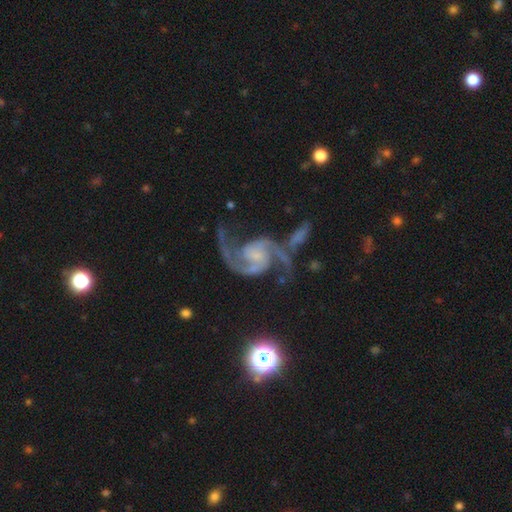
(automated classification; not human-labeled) Smooth or featured?
  - featured or disk: 93% *
  - star or artifact: 4%
  - smooth: 3%
Edge-on disk?
  - no: 98% *
  - yes: 2%
Bar?
  - no: 55% *
  - weak: 34%
  - strong: 11%
Spiral arms?
  - yes: 98% *
  - no: 2%
Spiral winding?
  - medium: 50% *
  - loose: 39%
  - tight: 11%
Spiral arm count?
  - 2: 94% *
  - 3: 1%
  - can't tell: 1%
  - 1: 1%
  - 4: 1%
  - more than 4: 1%
Bulge size?
  - small: 54% *
  - none: 21%
  - moderate: 20%
  - large: 4%
  - dominant: 2%
Merging?
  - none: 56% *
  - minor disturbance: 17%
  - major disturbance: 15%
  - merger: 12%